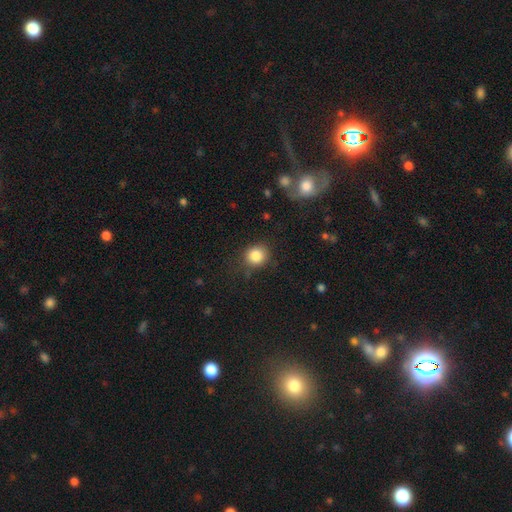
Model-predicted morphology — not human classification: This appears to be a smooth galaxy with no disk features (85%) that is round (83%). Merging: none (81%).